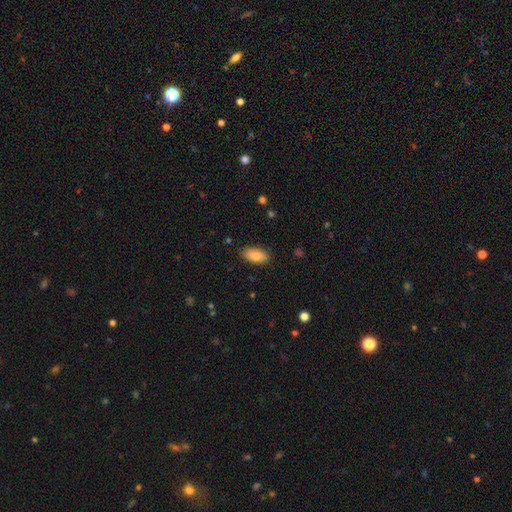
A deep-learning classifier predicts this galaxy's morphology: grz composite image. It shows a smooth galaxy with no disk features (83%) that is in between round and cigar-shaped (91%). Merging: none (86%).